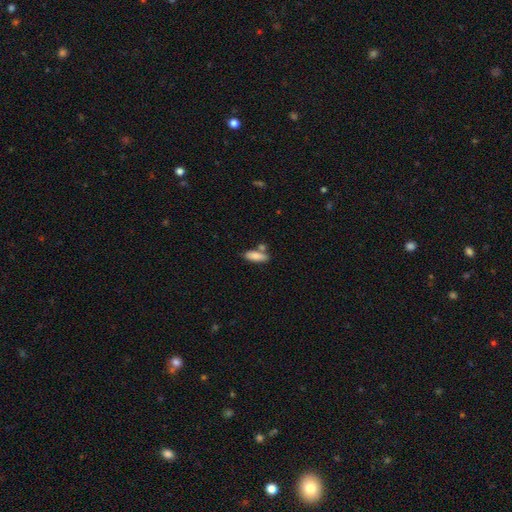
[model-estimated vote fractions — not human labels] Smooth or featured?
  - smooth: 85% *
  - featured or disk: 8%
  - star or artifact: 7%
How rounded?
  - in between: 65% *
  - cigar-shaped: 33%
  - round: 2%
Merging?
  - none: 64% *
  - merger: 18%
  - minor disturbance: 14%
  - major disturbance: 4%